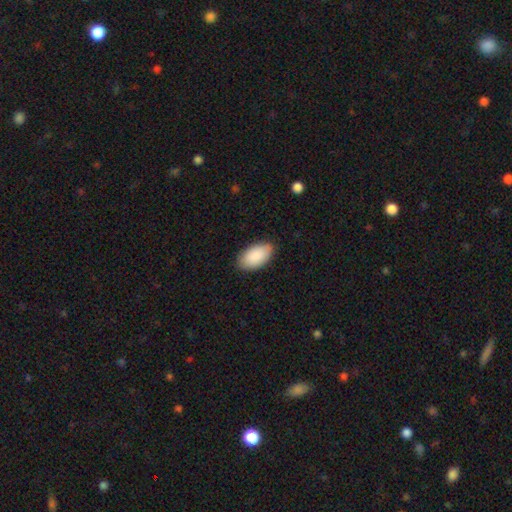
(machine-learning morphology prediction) type=smooth (90%); roundness=in between (96%); merging=none (84%).